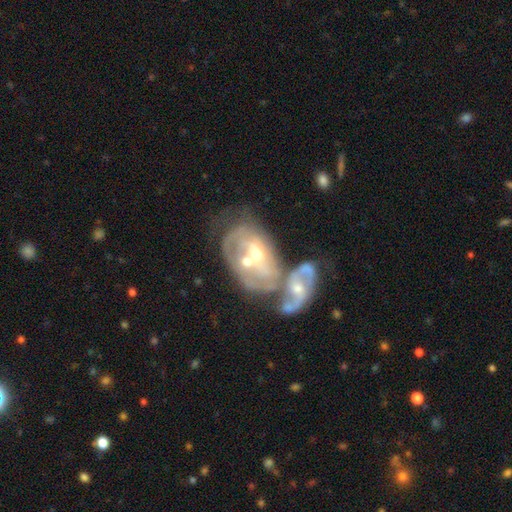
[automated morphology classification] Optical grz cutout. It shows a featured or disk galaxy (76%) with no bar (63%), tight (39%) spiral arms (70%) and a moderate central bulge (55%). Merging: merger (71%).